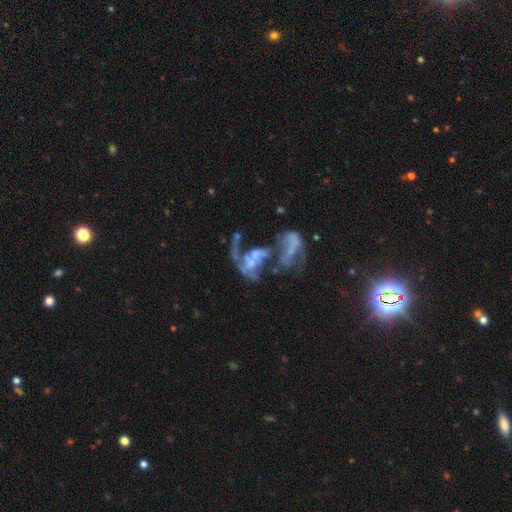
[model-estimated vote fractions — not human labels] Smooth or featured? featured or disk (69%)
Edge-on disk? no (96%)
Bar? no (74%)
Spiral arms? yes (50%, tied with no)
Bulge size? none (49%)
Merging? merger (64%)